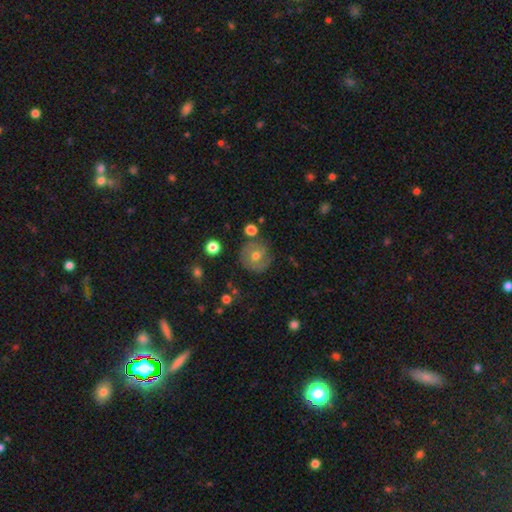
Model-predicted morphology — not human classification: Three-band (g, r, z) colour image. It shows a smooth galaxy with no disk features (53%) that is round (91%). Merging: none (77%).